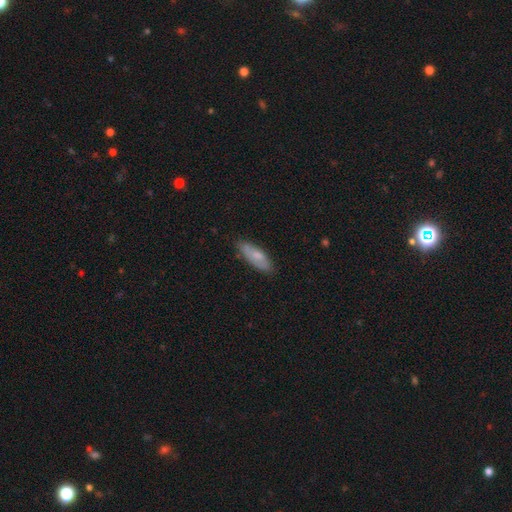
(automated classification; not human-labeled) Smooth or featured?
  - smooth: 73% *
  - featured or disk: 21%
  - star or artifact: 6%
How rounded?
  - in between: 64% *
  - cigar-shaped: 34%
  - round: 2%
Merging?
  - none: 78% *
  - minor disturbance: 18%
  - major disturbance: 3%
  - merger: 1%